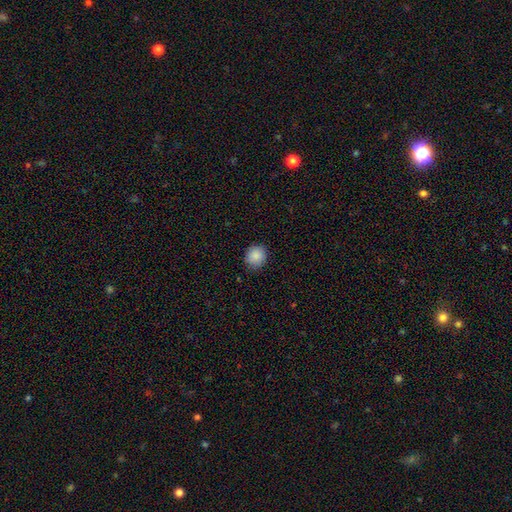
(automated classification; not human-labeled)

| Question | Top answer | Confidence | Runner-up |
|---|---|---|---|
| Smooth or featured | smooth | 88% | star or artifact (8%) |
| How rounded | round | 79% | in between (20%) |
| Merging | none | 86% | minor disturbance (11%) |